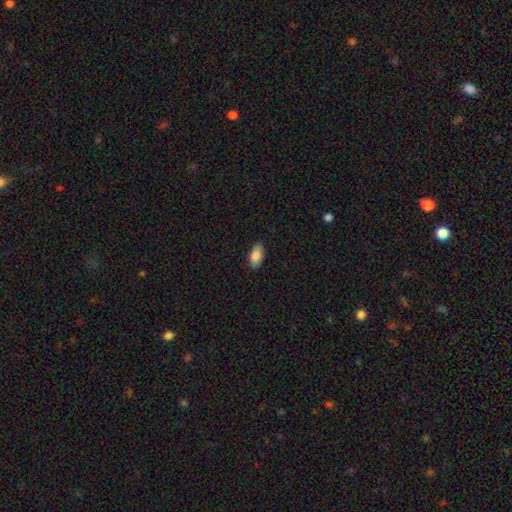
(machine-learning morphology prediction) Smooth or featured? smooth (85%)
How rounded? in between (91%)
Merging? none (85%)